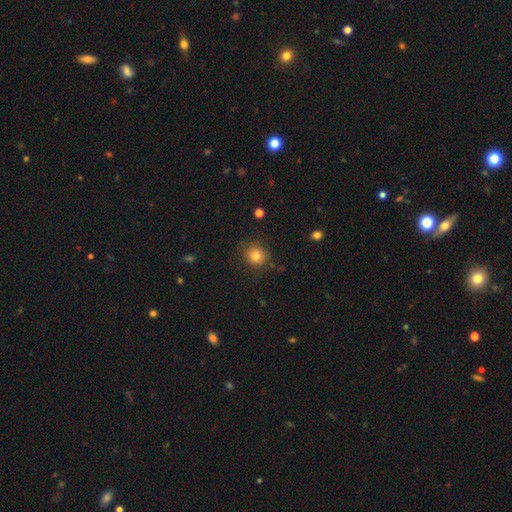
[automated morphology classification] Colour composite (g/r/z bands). It shows a smooth galaxy with no disk features (81%) that is round (86%). Merging: none (82%).